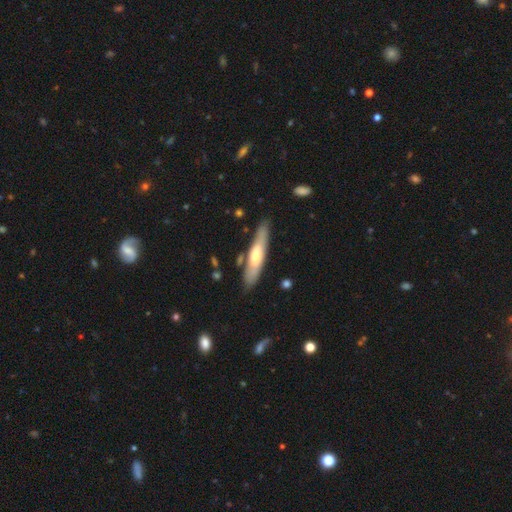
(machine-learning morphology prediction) Overall: featured or disk (48%; smooth 46%). Merging: none (80%).